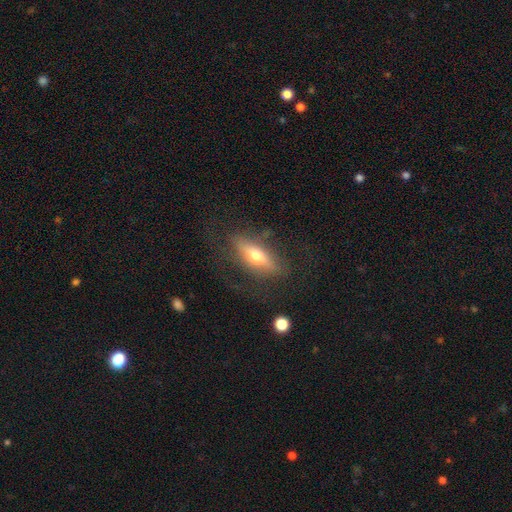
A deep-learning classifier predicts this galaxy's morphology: Smooth or featured? smooth (47%)
Merging? none (71%)